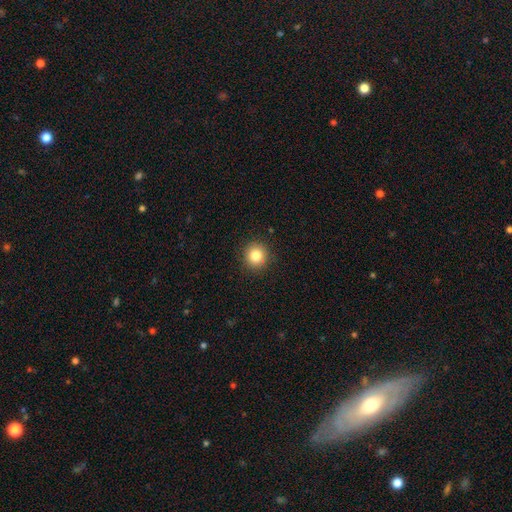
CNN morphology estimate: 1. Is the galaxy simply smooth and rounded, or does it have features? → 83% smooth, 11% star or artifact, 6% featured or disk.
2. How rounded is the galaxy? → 91% round, 8% in between, 1% cigar-shaped.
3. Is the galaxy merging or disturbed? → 90% none, 6% minor disturbance, 2% major disturbance, 1% merger.